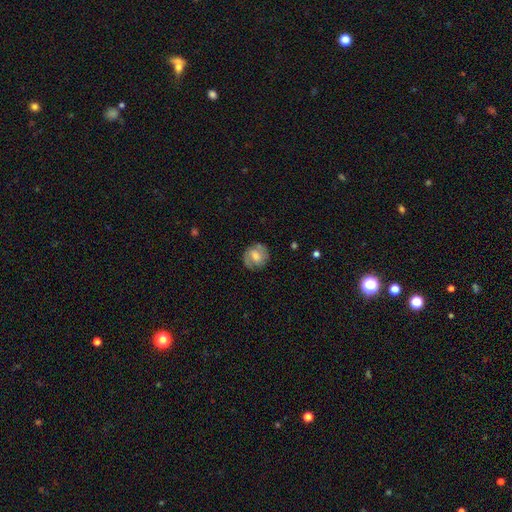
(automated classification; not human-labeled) Smooth or featured?
  - smooth: 53% *
  - featured or disk: 39%
  - star or artifact: 8%
How rounded?
  - round: 77% *
  - in between: 22%
  - cigar-shaped: 1%
Merging?
  - none: 74% *
  - minor disturbance: 18%
  - major disturbance: 6%
  - merger: 2%